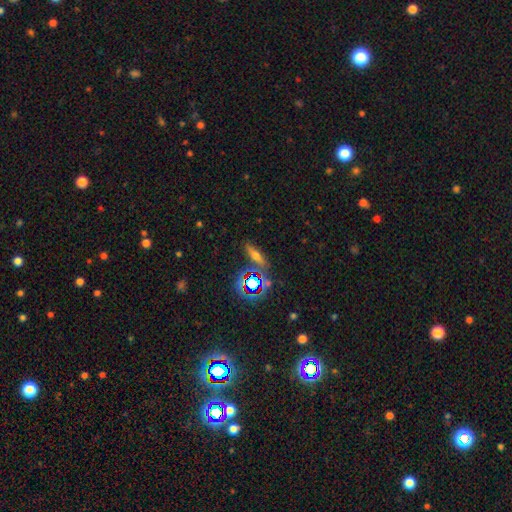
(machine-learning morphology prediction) Smooth or featured? smooth (43%)
Merging? none (76%)